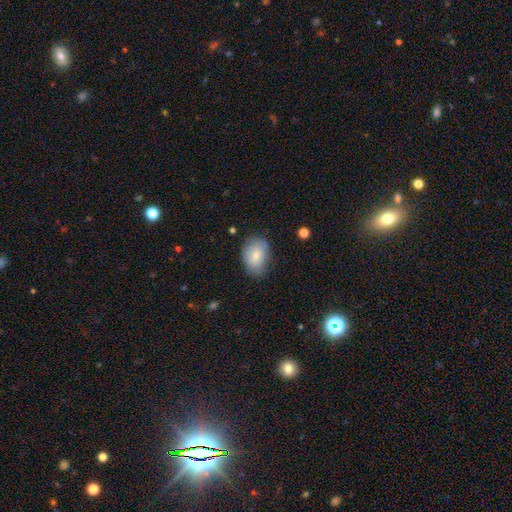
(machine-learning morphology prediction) smooth-or-featured: smooth: 80% | featured or disk: 13% | star or artifact: 7%
  how-rounded: in between: 78% | round: 20% | cigar-shaped: 1%
  merging: none: 72% | minor disturbance: 21% | major disturbance: 5% | merger: 2%